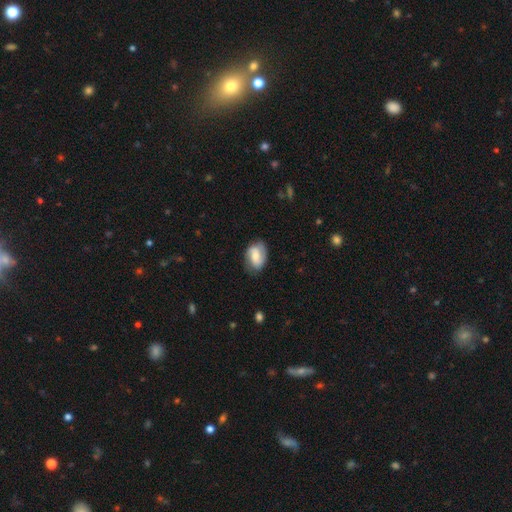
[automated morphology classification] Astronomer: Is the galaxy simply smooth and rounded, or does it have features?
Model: featured or disk — 56% (runner-up: smooth, 37%).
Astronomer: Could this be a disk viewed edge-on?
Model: no — 96%.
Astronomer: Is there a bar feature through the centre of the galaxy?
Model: weak — 43% (runner-up: no, 40%).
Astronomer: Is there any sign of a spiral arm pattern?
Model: yes — 87%.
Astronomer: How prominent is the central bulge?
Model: moderate — 52% (runner-up: small, 37%).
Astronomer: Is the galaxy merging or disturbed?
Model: none — 75%.